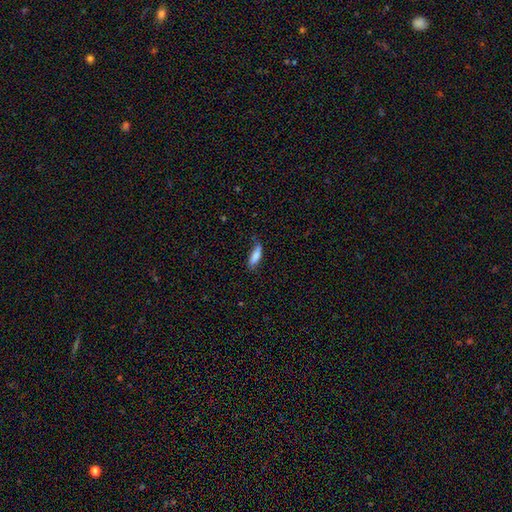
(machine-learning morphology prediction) Overall: smooth (84%). How rounded: in between (55%; cigar-shaped 43%). Merging: none (59%; minor disturbance 30%).